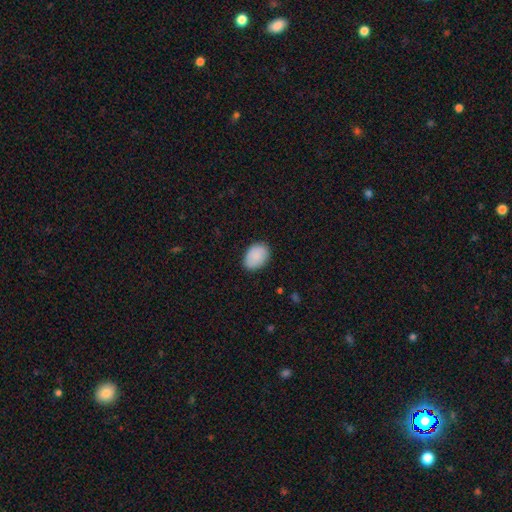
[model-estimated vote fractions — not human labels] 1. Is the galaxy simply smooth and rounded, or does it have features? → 88% smooth, 7% star or artifact, 5% featured or disk.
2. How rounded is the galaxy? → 81% in between, 18% round, 1% cigar-shaped.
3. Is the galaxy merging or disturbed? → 84% none, 13% minor disturbance, 2% major disturbance, 1% merger.